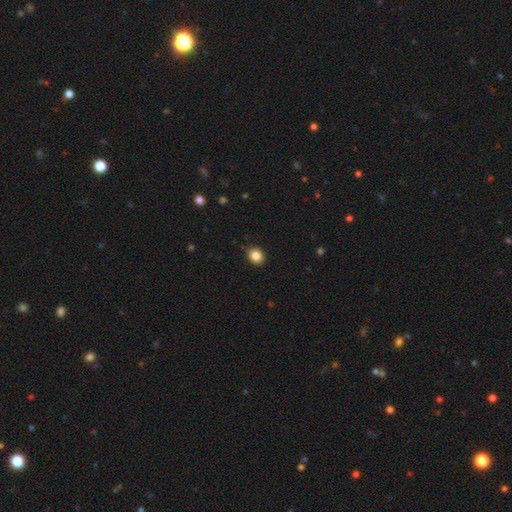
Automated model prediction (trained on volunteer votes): Smooth or featured? Predicted: smooth (p=0.85). How rounded? Predicted: round (p=0.66). Merging? Predicted: none (p=0.88).